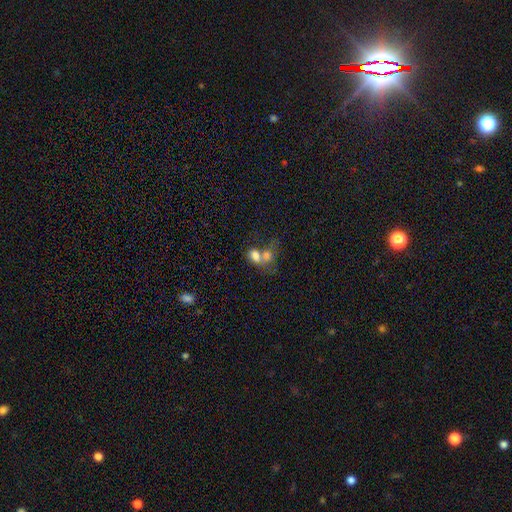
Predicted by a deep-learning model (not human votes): Smooth or featured? Predicted: smooth (p=0.74). How rounded? Predicted: in between (p=0.62). Merging? Predicted: merger (p=0.67).